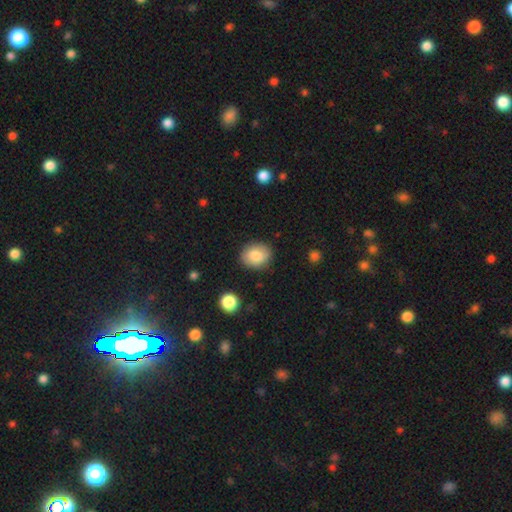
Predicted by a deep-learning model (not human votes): A smooth galaxy with no disk features (81%) that is round (50%).

Vote fractions:
- Smooth or featured? smooth: 81% / featured or disk: 11% / star or artifact: 8%
- How rounded? round: 50% / in between: 49% / cigar-shaped: 1%
- Merging? none: 86% / minor disturbance: 10% / major disturbance: 2% / merger: 2%